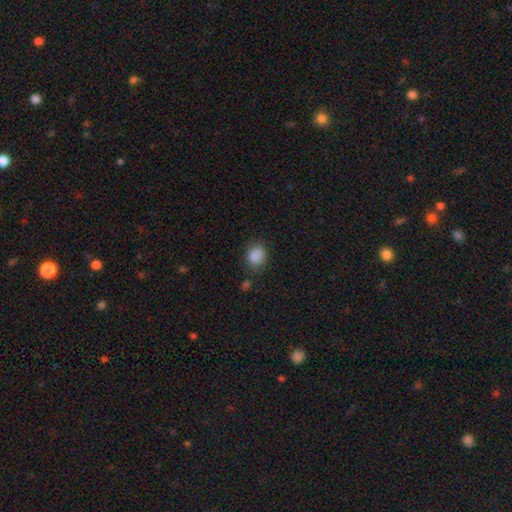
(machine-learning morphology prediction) A smooth galaxy with no disk features (86%) that is round (61%).

Vote fractions:
- Smooth or featured? smooth: 86% / star or artifact: 10% / featured or disk: 4%
- How rounded? round: 61% / in between: 38% / cigar-shaped: 1%
- Merging? none: 74% / minor disturbance: 18% / major disturbance: 6% / merger: 3%